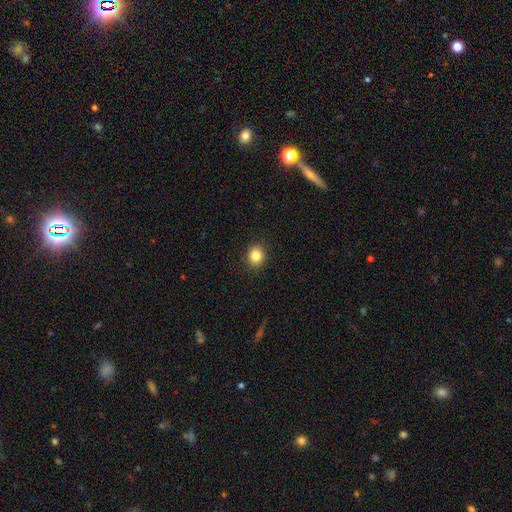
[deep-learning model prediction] This appears to be a smooth galaxy with no disk features (84%) that is round (73%). Merging: none (90%).